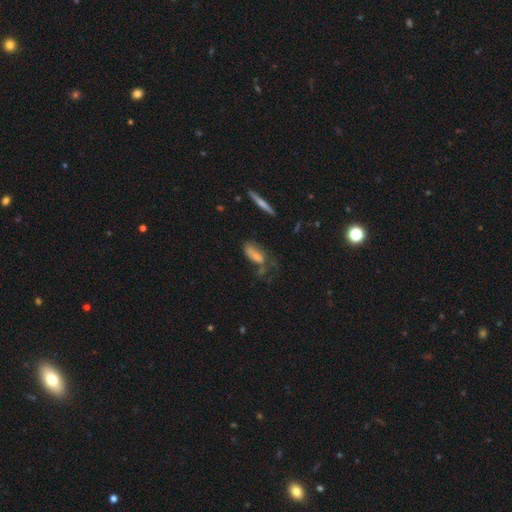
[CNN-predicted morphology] Smooth or featured? smooth (62%)
How rounded? in between (70%)
Merging? major disturbance (33%)